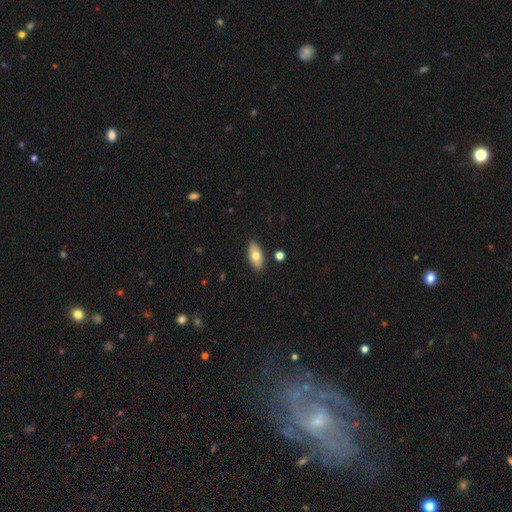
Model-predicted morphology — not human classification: A smooth galaxy with no disk features (72%) that is in between round and cigar-shaped (88%).

Vote fractions:
- Smooth or featured? smooth: 72% / featured or disk: 21% / star or artifact: 7%
- How rounded? in between: 88% / cigar-shaped: 8% / round: 4%
- Merging? none: 87% / minor disturbance: 9% / merger: 2% / major disturbance: 2%